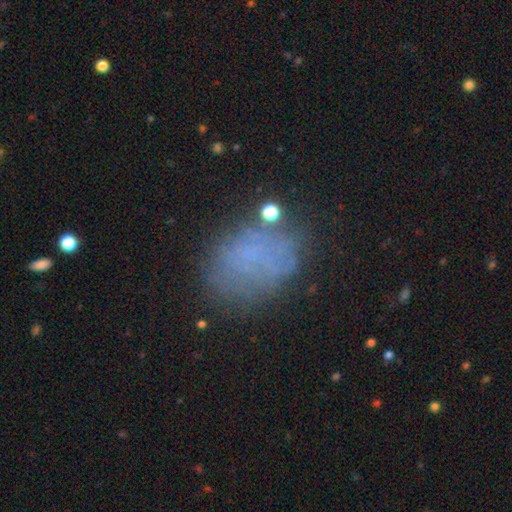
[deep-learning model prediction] Smooth or featured? smooth (55%)
How rounded? in between (68%)
Merging? none (63%)